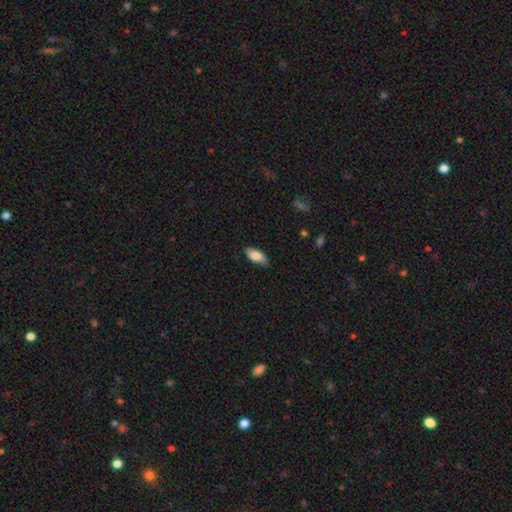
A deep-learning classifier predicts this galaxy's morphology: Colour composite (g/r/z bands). It shows a smooth galaxy with no disk features (80%) that is in between round and cigar-shaped (84%). Merging: none (78%).